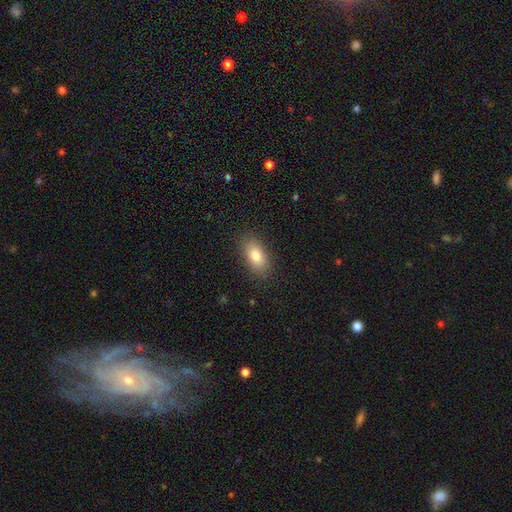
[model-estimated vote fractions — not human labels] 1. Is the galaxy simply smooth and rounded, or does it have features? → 82% smooth, 10% featured or disk, 8% star or artifact.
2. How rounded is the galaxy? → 89% in between, 6% round, 5% cigar-shaped.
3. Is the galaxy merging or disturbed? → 87% none, 9% minor disturbance, 3% major disturbance, 1% merger.